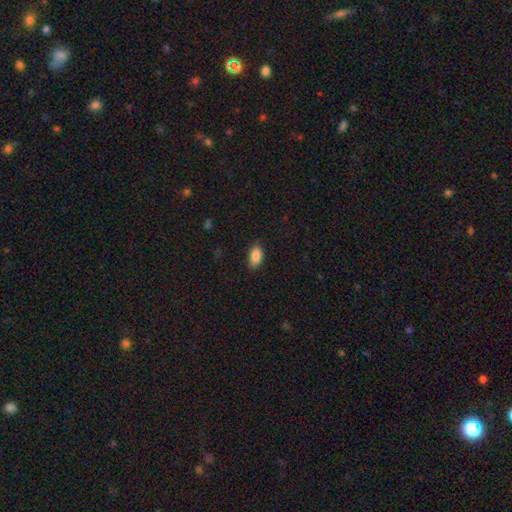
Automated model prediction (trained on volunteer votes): This is clearly a smooth galaxy (87%). How rounded: clearly in between (91%). Merging: clearly none (83%).